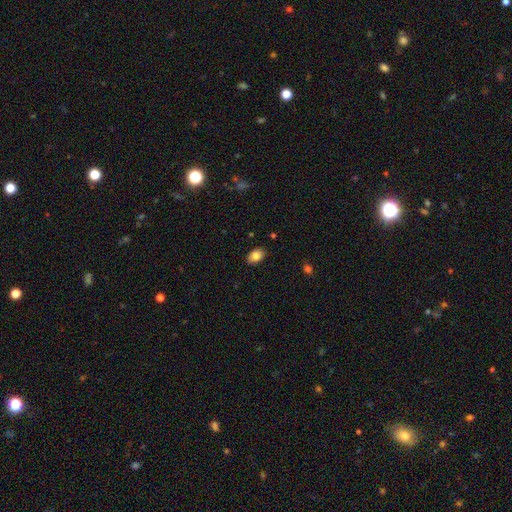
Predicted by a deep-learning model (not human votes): smooth-or-featured: smooth: 84% | star or artifact: 8% | featured or disk: 8%
  how-rounded: in between: 87% | round: 12% | cigar-shaped: 1%
  merging: none: 87% | minor disturbance: 10% | major disturbance: 2% | merger: 1%